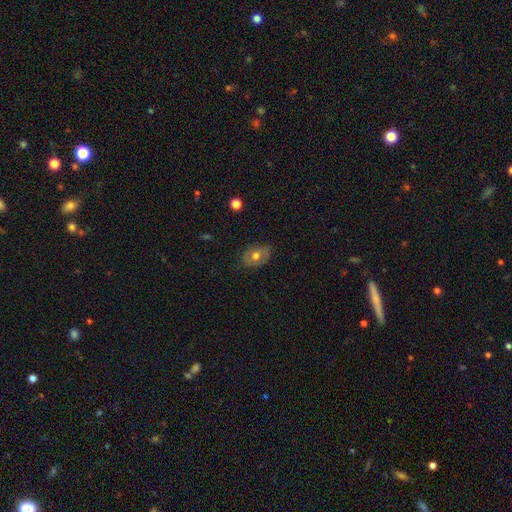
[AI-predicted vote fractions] Morphology: type=smooth (55%); roundness=in between (68%); merging=none (72%).